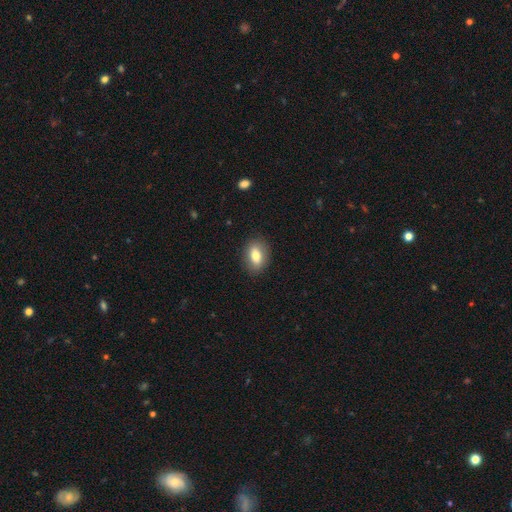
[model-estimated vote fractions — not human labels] Morphology: type=smooth (75%); roundness=in between (80%); merging=none (86%).